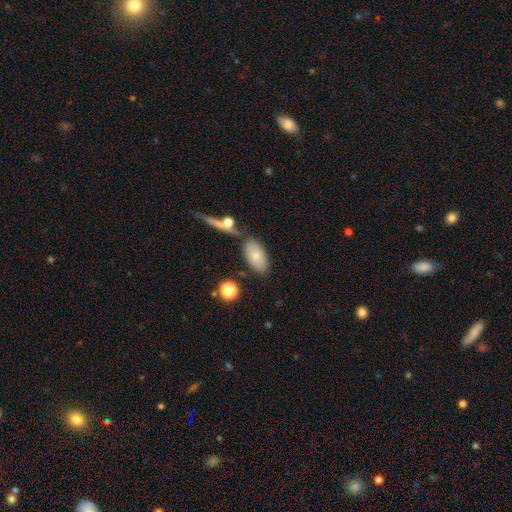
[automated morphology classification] Smooth or featured?
  - smooth: 74% *
  - featured or disk: 17%
  - star or artifact: 8%
How rounded?
  - in between: 91% *
  - round: 5%
  - cigar-shaped: 4%
Merging?
  - none: 71% *
  - minor disturbance: 14%
  - merger: 10%
  - major disturbance: 4%